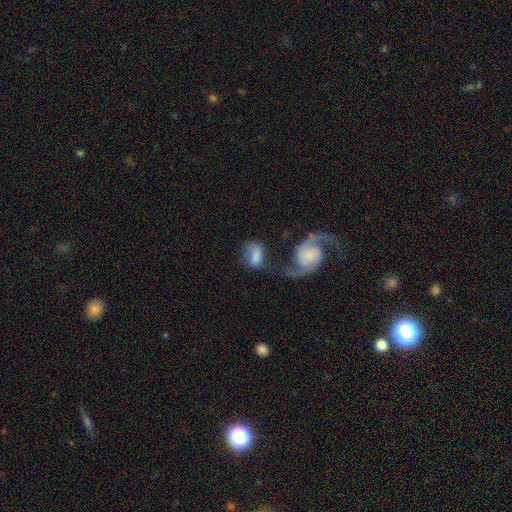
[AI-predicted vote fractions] The model was most divided on "merging": none: 33%, merger: 28%, major disturbance: 21%, minor disturbance: 18%. More confident: how rounded — in between (82%); smooth or featured — smooth (58%).